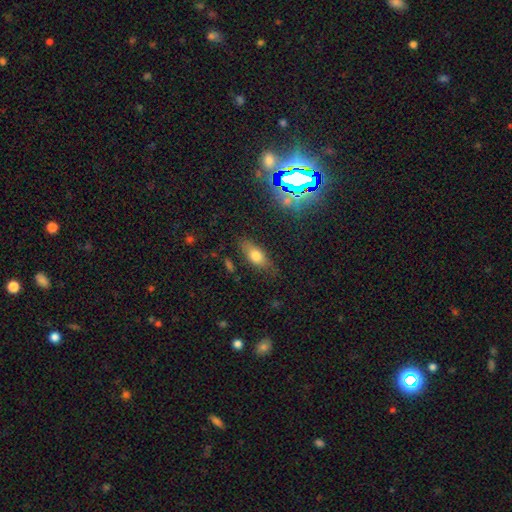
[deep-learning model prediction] A smooth galaxy with no disk features (68%) that is in between round and cigar-shaped (78%).

Vote fractions:
- Smooth or featured? smooth: 68% / featured or disk: 18% / star or artifact: 13%
- How rounded? in between: 78% / cigar-shaped: 16% / round: 6%
- Merging? none: 76% / minor disturbance: 17% / major disturbance: 5% / merger: 2%